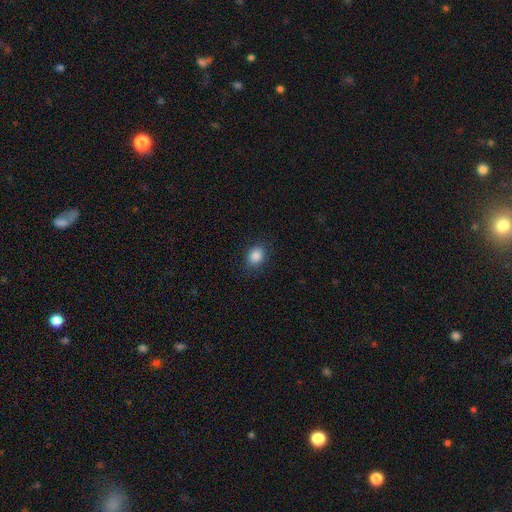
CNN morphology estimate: smooth_or_featured: smooth (p=0.87) [alt: star or artifact p=0.09]
how_rounded: in between (p=0.57) [alt: round p=0.42]
merging: none (p=0.86) [alt: minor disturbance p=0.11]